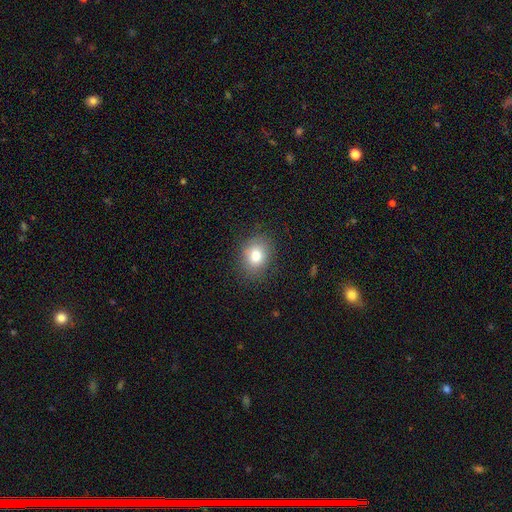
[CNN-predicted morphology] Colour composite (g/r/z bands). It shows a smooth galaxy with no disk features (80%) that is in between round and cigar-shaped (52%). Merging: none (82%).